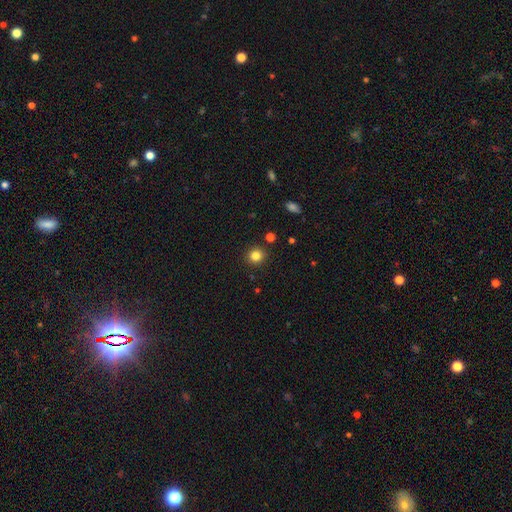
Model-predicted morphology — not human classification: Q: Smooth or featured?
A: smooth (83%); runner-up: star or artifact (12%)
Q: How rounded?
A: round (89%); runner-up: in between (10%)
Q: Merging?
A: none (90%); runner-up: minor disturbance (6%)